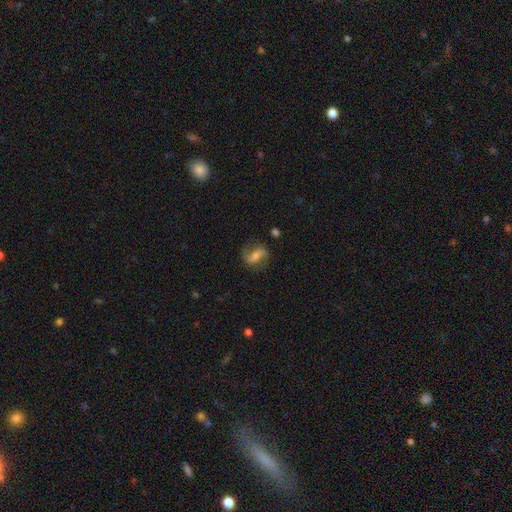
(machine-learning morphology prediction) A featured or disk galaxy (65%) with a strong bar (41%), 2 (86%) loose (45%) spiral arms (86%) and a moderate central bulge (51%). Merging: none (75%).